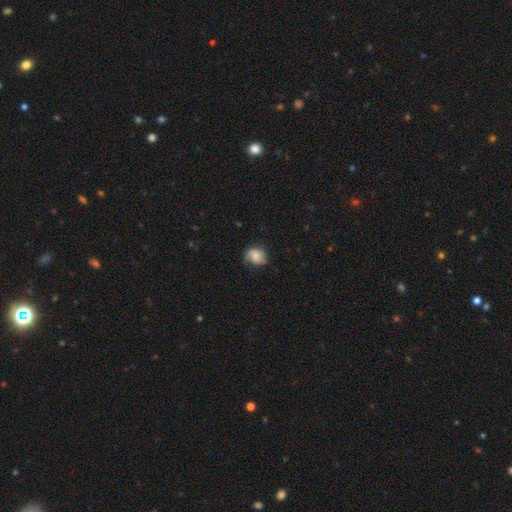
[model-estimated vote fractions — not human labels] The model was most divided on "how rounded": round: 62%, in between: 37%, cigar-shaped: 1%. More confident: smooth or featured — smooth (65%); merging — none (59%).